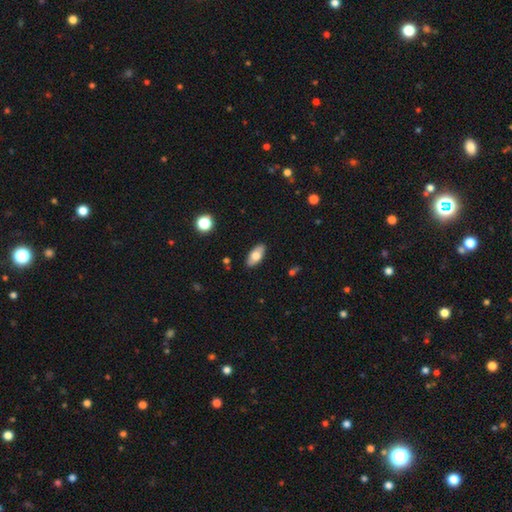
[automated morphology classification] A smooth galaxy with no disk features (71%) that is in between round and cigar-shaped (90%). Merging: none (88%).